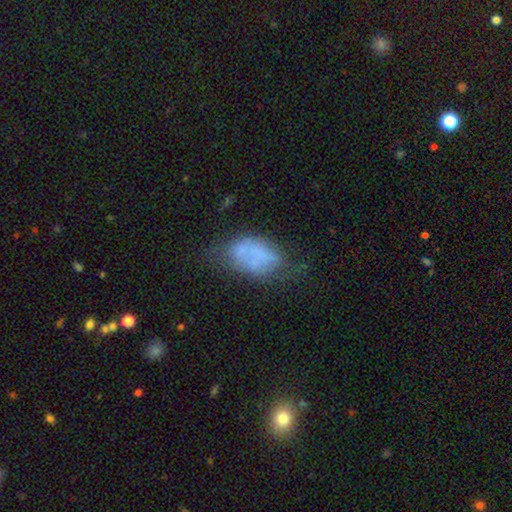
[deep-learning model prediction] This is possibly a smooth galaxy (53%). How rounded: clearly in between (89%). Merging: marginally none (36%).